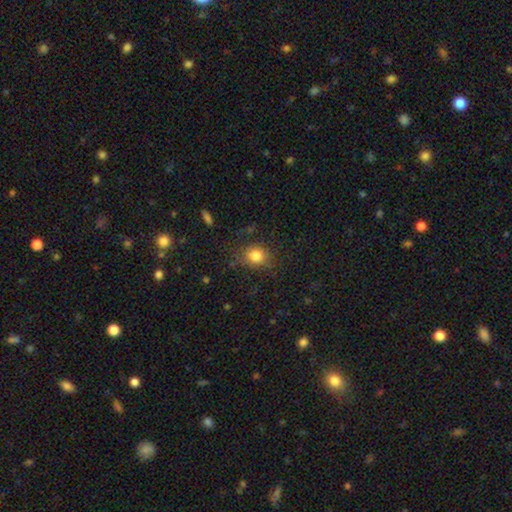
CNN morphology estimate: The model was most divided on "how rounded": round: 67%, in between: 32%, cigar-shaped: 1%. More confident: smooth or featured — smooth (81%); merging — none (77%).